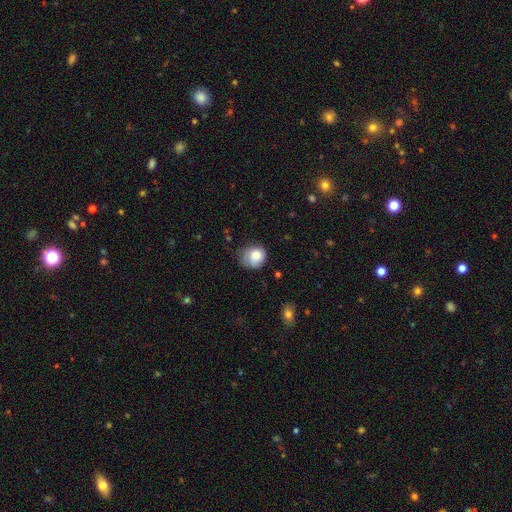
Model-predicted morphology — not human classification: Overall: smooth (79%). How rounded: round (74%). Merging: none (51%; minor disturbance 35%).